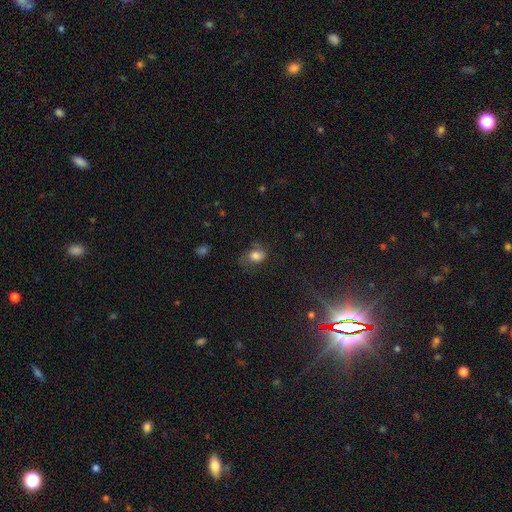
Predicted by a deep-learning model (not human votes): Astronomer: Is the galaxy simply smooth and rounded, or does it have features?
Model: smooth — 73%.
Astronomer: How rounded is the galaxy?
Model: in between — 65%.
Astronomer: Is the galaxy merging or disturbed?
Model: none — 49% (runner-up: minor disturbance, 29%).